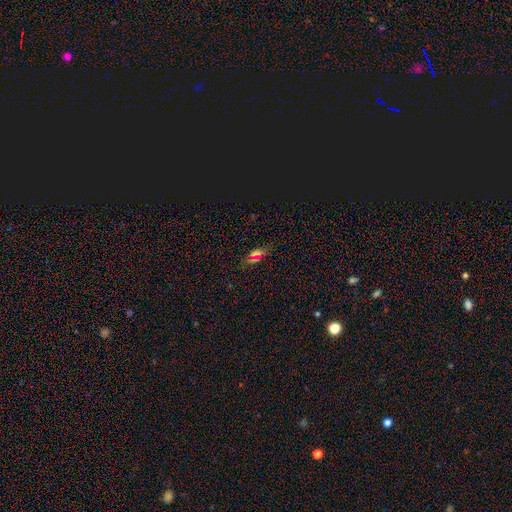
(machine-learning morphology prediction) smooth 54%, star or artifact 34%, featured or disk 11%. Down the decision tree: how rounded — in between (79%); merging — none (80%).